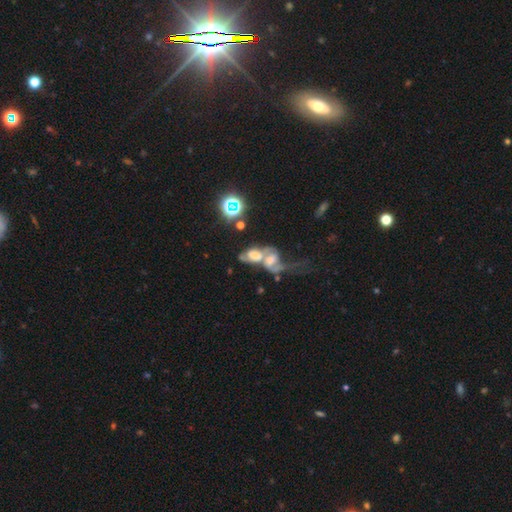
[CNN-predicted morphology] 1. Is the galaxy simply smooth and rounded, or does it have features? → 51% featured or disk, 29% smooth, 20% star or artifact.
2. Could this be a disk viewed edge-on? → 93% no, 7% yes.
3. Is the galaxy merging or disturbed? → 75% merger, 13% major disturbance, 8% none, 4% minor disturbance.